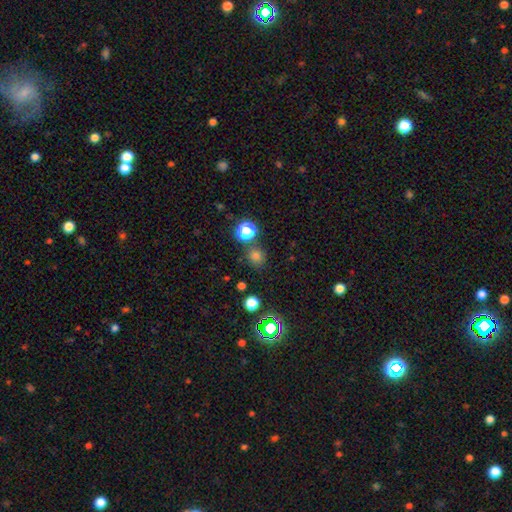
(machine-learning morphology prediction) Q: Smooth or featured?
A: smooth (75%); runner-up: star or artifact (20%)
Q: How rounded?
A: round (86%); runner-up: in between (13%)
Q: Merging?
A: none (80%); runner-up: minor disturbance (10%)